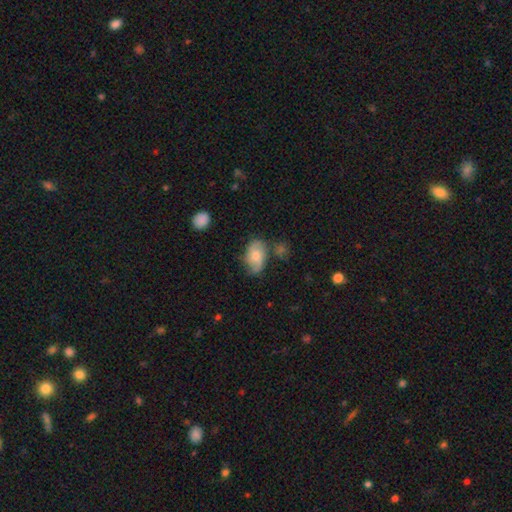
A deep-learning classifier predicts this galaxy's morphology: The model was most divided on "smooth or featured": featured or disk: 47%, smooth: 46%, star or artifact: 8%. Remaining: merging — none (50%).